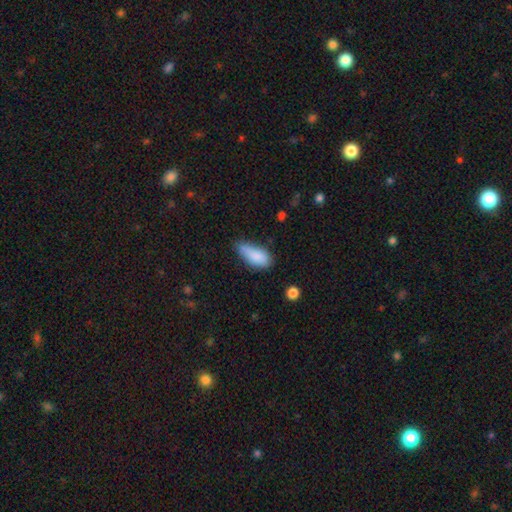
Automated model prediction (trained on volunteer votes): Smooth or featured: smooth — 83% (featured or disk — 9%)
How rounded: in between — 81% (cigar-shaped — 16%)
Merging: none — 45% (minor disturbance — 40%)